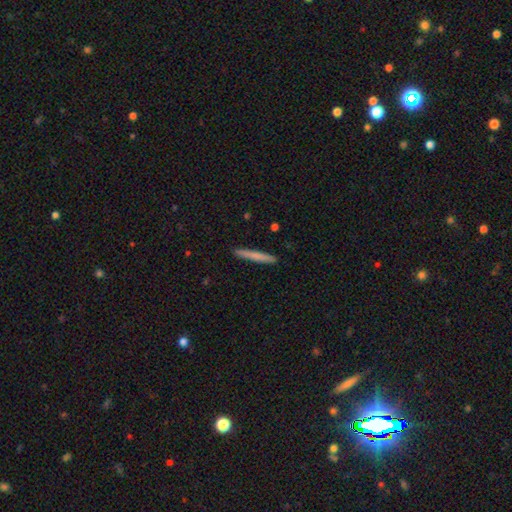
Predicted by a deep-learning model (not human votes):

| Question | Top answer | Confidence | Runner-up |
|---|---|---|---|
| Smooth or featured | smooth | 70% | featured or disk (24%) |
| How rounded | cigar-shaped | 96% | in between (2%) |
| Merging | none | 92% | minor disturbance (6%) |